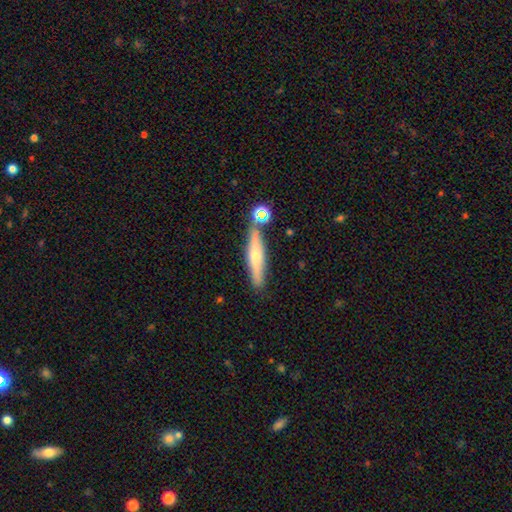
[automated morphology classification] smooth-or-featured: featured or disk: 48% | smooth: 44% | star or artifact: 8%
  merging: none: 73% | minor disturbance: 13% | merger: 10% | major disturbance: 3%